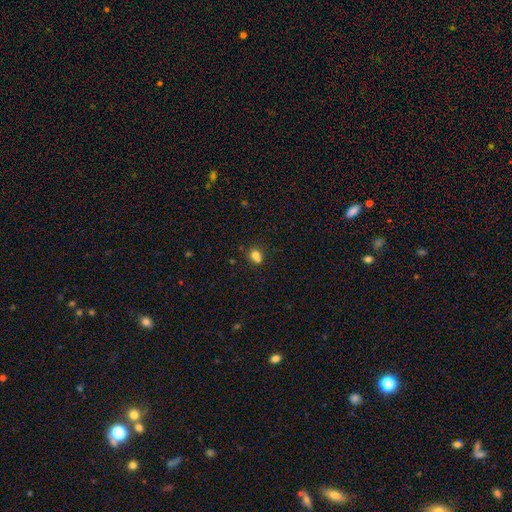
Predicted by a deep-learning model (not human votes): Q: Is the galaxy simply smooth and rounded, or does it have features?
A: smooth — 73%.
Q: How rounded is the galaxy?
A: round — 70%.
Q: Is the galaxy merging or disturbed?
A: merger — 45%.